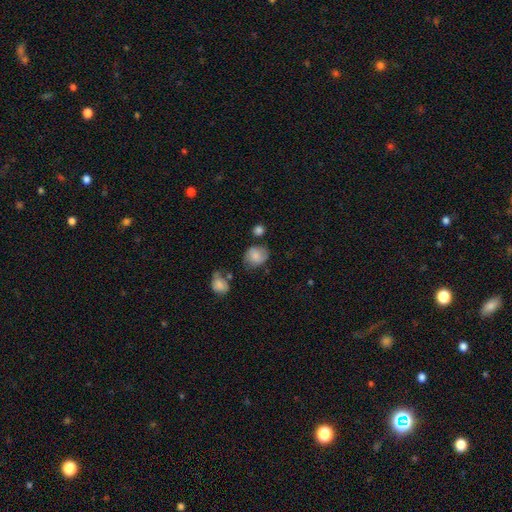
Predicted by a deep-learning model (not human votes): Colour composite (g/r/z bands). It shows a smooth galaxy with no disk features (78%) that is round (60%). Merging: none (57%).